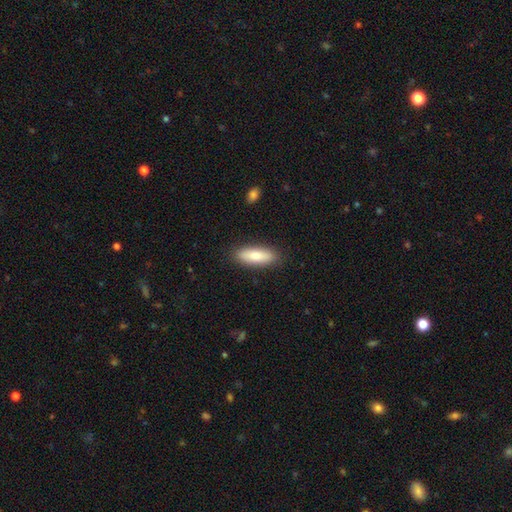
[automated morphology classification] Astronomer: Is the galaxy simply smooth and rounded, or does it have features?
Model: smooth — 79%.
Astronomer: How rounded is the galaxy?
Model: in between — 57% (runner-up: cigar-shaped, 41%).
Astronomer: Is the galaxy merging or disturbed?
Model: none — 88%.